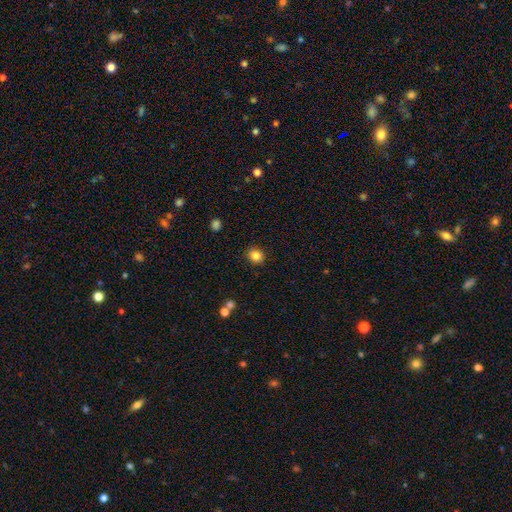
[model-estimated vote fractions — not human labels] A smooth galaxy with no disk features (84%) that is round (81%). Merging: none (90%).